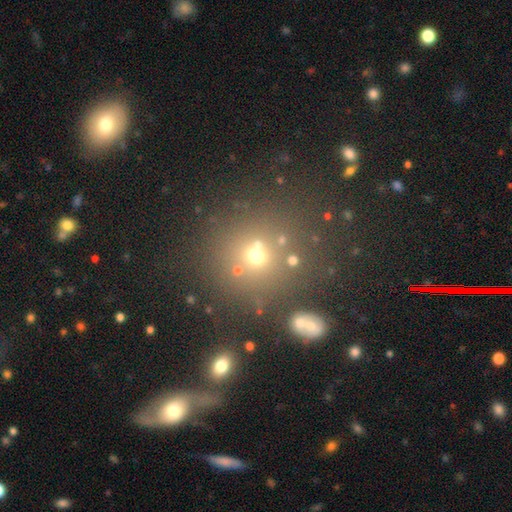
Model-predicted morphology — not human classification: Smooth or featured?
  - smooth: 60% *
  - star or artifact: 28%
  - featured or disk: 12%
How rounded?
  - round: 87% *
  - in between: 12%
  - cigar-shaped: 1%
Merging?
  - none: 72% *
  - merger: 12%
  - minor disturbance: 10%
  - major disturbance: 5%